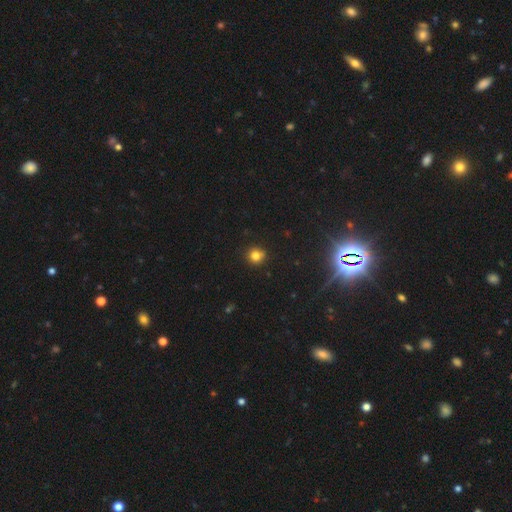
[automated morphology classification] Smooth or featured: smooth — 78% (star or artifact — 15%)
How rounded: round — 90% (in between — 9%)
Merging: none — 84% (minor disturbance — 10%)